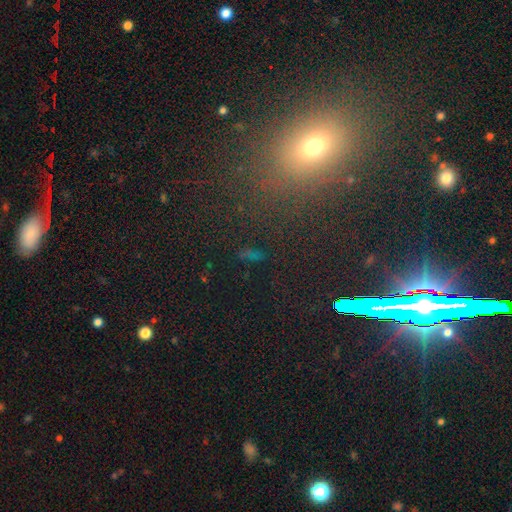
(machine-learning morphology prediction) This appears to be a star or artifact, not a galaxy (58%).